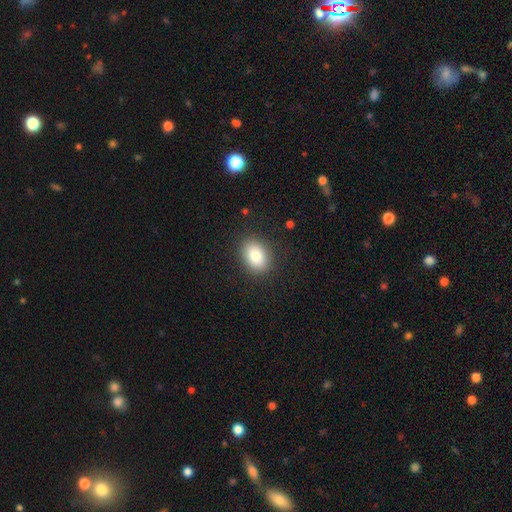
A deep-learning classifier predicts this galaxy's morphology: A smooth galaxy with no disk features (84%) that is in between round and cigar-shaped (76%). Merging: none (87%).